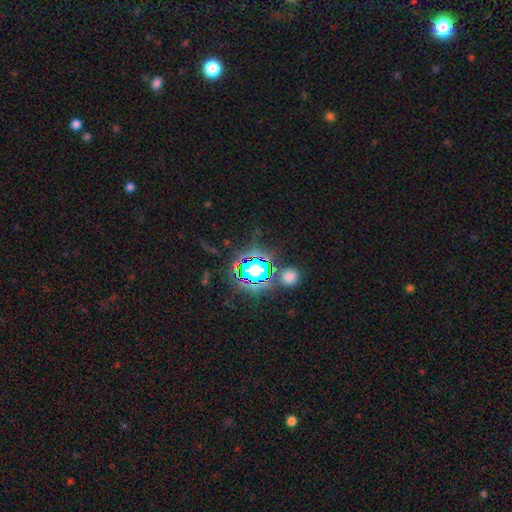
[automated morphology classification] This appears to be a star or artifact, not a galaxy (80%).